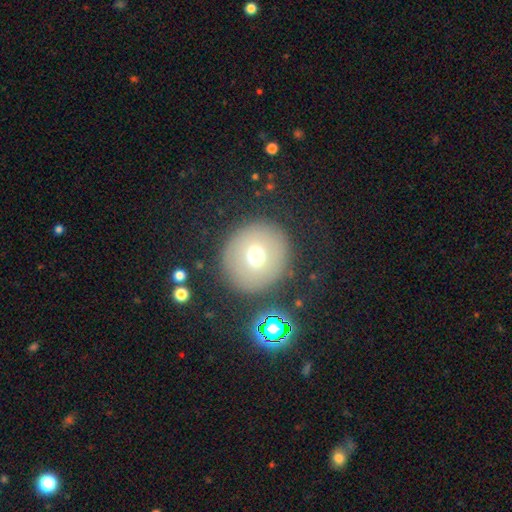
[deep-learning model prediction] The model was most divided on "smooth or featured": smooth: 68%, featured or disk: 18%, star or artifact: 14%. More confident: how rounded — round (91%); merging — none (85%).